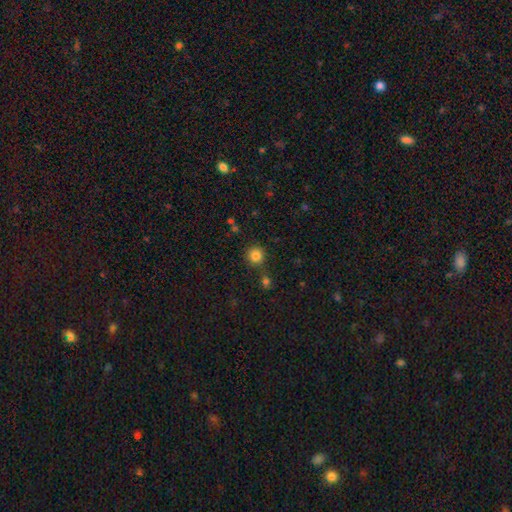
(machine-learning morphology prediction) A smooth galaxy with no disk features (82%) that is round (93%). Merging: none (80%).